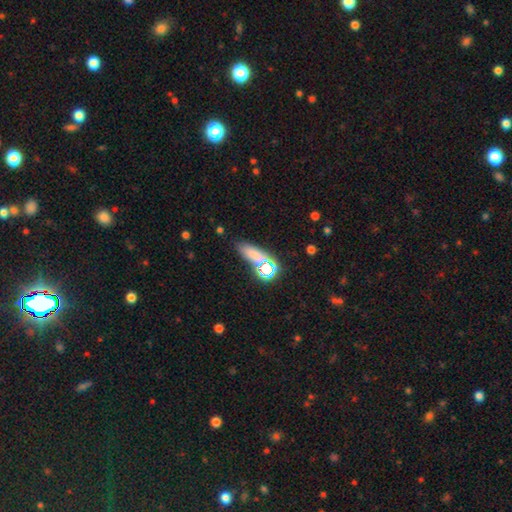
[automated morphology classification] smooth 68%, star or artifact 23%, featured or disk 9%. Down the decision tree: how rounded — in between (56%); merging — none (73%).